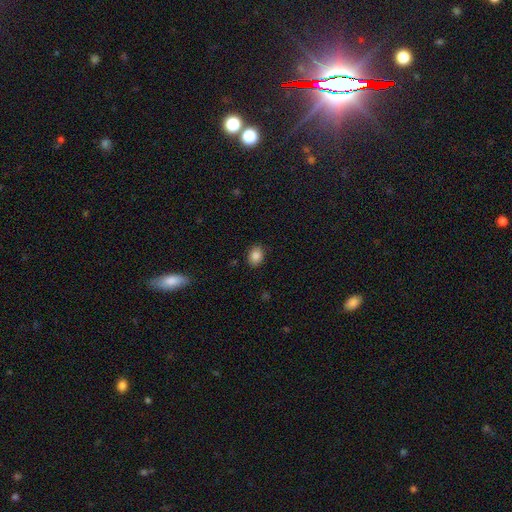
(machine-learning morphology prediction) A smooth galaxy with no disk features (87%) that is in between round and cigar-shaped (63%).

Vote fractions:
- Smooth or featured? smooth: 87% / star or artifact: 9% / featured or disk: 4%
- How rounded? in between: 63% / round: 36% / cigar-shaped: 1%
- Merging? none: 87% / minor disturbance: 9% / major disturbance: 2% / merger: 1%